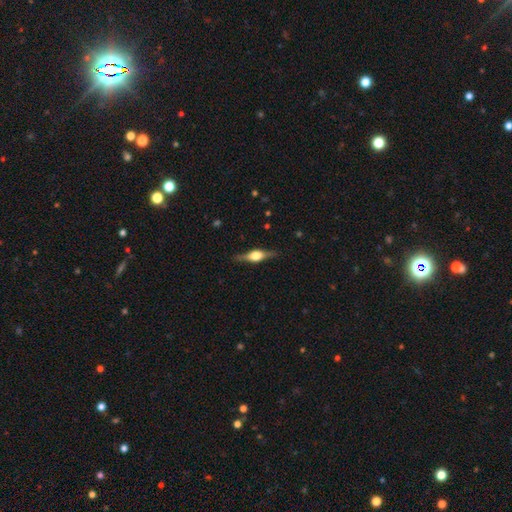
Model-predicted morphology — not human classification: A featured or disk galaxy (73%) viewed edge-on (97%) with a rounded central bulge (90%).

Vote fractions:
- Smooth or featured? featured or disk: 73% / smooth: 21% / star or artifact: 6%
- Edge-on disk? yes: 97% / no: 3%
- Edge-on bulge? rounded: 90% / boxy: 8% / none: 1%
- Merging? none: 87% / minor disturbance: 10% / major disturbance: 2% / merger: 1%